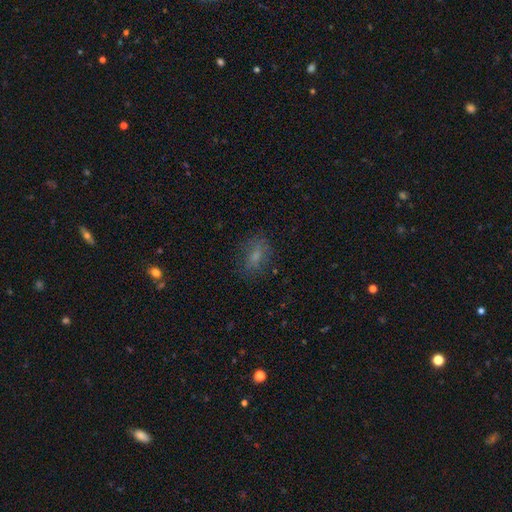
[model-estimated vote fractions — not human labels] Overall: smooth (64%). How rounded: in between (73%). Merging: none (69%).